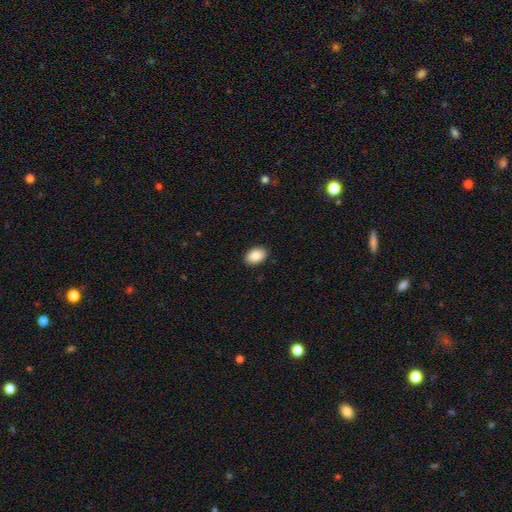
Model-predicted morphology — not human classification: smooth-or-featured: smooth: 88% | star or artifact: 7% | featured or disk: 6%
  how-rounded: in between: 87% | round: 12% | cigar-shaped: 1%
  merging: none: 90% | minor disturbance: 7% | major disturbance: 2% | merger: 1%